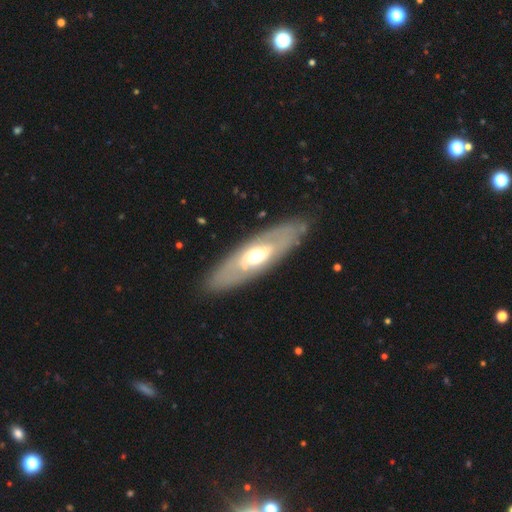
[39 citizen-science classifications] smooth_or_featured: featured or disk (p=0.54) [alt: smooth p=0.41]
disk_edge_on: no (p=0.62) [alt: yes p=0.38]
bar: no (p=0.92) [alt: weak p=0.08]
has_spiral_arms: no (p=0.77) [alt: yes p=0.23]
bulge_size: moderate (p=0.69) [alt: small p=0.23]
merging: none (p=0.81) [alt: major disturbance p=0.11]